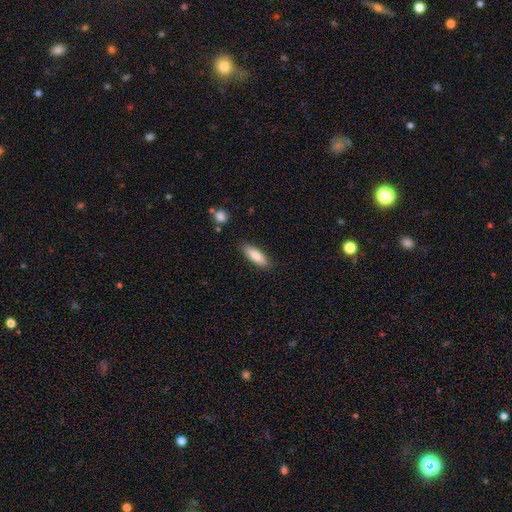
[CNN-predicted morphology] Smooth or featured? smooth (82%)
How rounded? in between (64%)
Merging? none (85%)